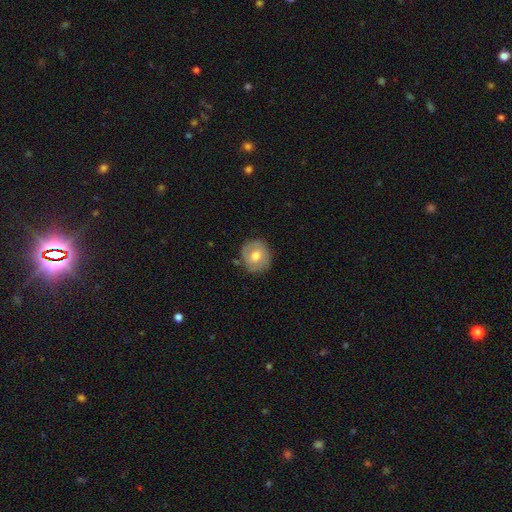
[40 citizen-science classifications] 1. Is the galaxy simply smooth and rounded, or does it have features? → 62% smooth, 32% featured or disk, 5% star or artifact.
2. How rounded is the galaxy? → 88% round, 8% in between, 4% cigar-shaped.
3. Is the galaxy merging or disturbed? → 61% none, 26% minor disturbance, 11% major disturbance, 3% merger.